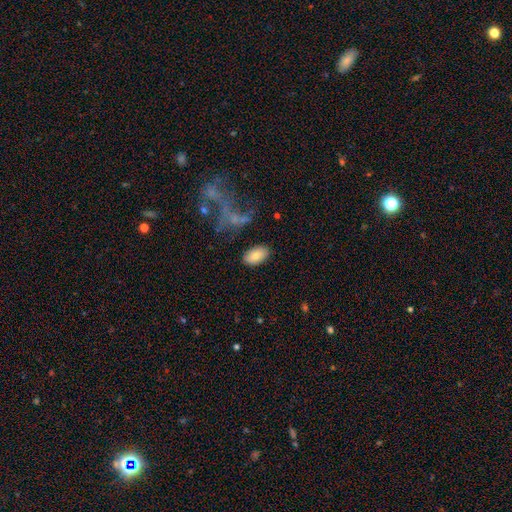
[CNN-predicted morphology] Smooth or featured? smooth (77%)
How rounded? in between (93%)
Merging? none (83%)